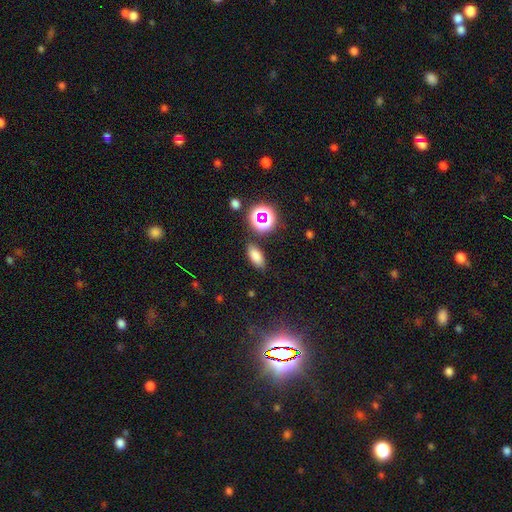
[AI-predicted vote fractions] Smooth or featured?
  - smooth: 76% *
  - star or artifact: 17%
  - featured or disk: 8%
How rounded?
  - in between: 83% *
  - round: 9%
  - cigar-shaped: 9%
Merging?
  - none: 85% *
  - minor disturbance: 9%
  - major disturbance: 3%
  - merger: 3%